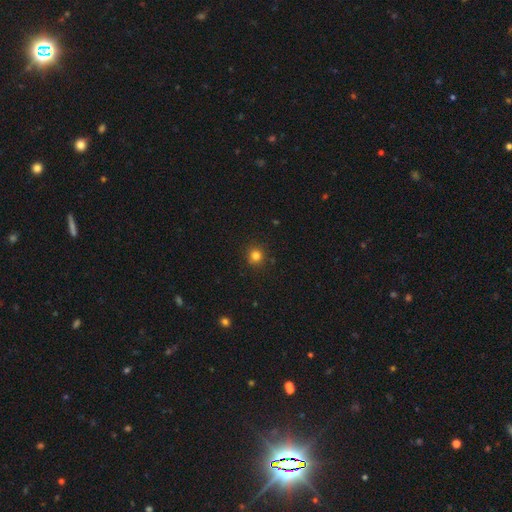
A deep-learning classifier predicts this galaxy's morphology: This appears to be a smooth galaxy with no disk features (81%) that is round (93%). Merging: none (90%).